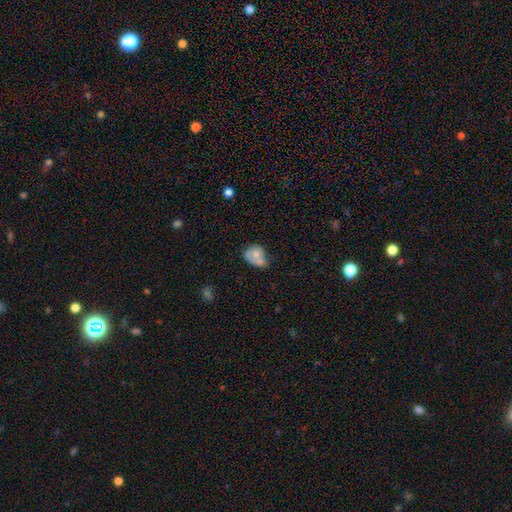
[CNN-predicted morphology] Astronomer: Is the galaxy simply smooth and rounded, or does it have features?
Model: smooth — 62%.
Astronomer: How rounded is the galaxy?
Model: in between — 50% (runner-up: round, 49%).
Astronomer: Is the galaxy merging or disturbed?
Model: none — 29% (runner-up: merger, 28%).